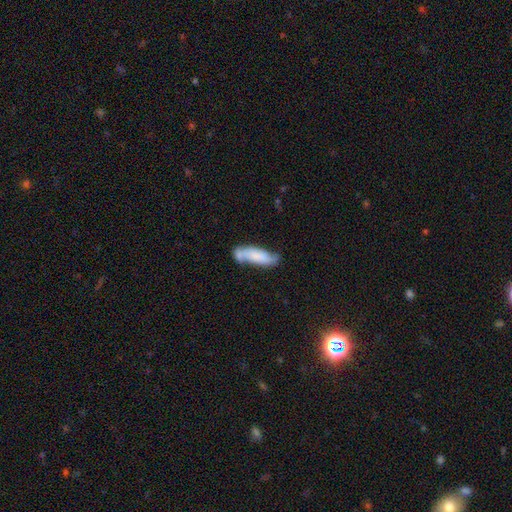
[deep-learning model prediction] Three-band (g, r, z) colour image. It shows a smooth galaxy with no disk features (64%) that is cigar-shaped (53%). Merging: none (48%).